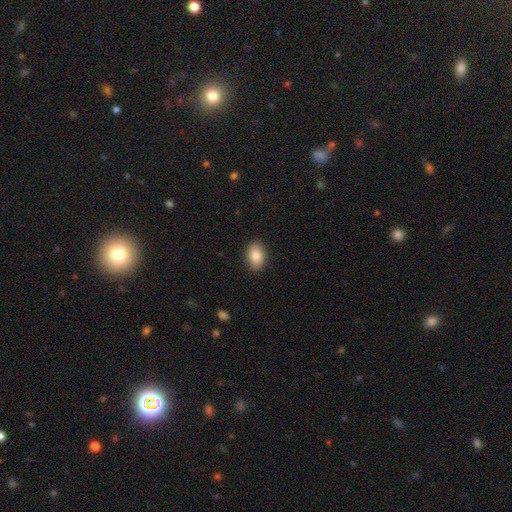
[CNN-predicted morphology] The model was most divided on "how rounded": in between: 86%, round: 12%, cigar-shaped: 1%. More confident: merging — none (89%); smooth or featured — smooth (86%).